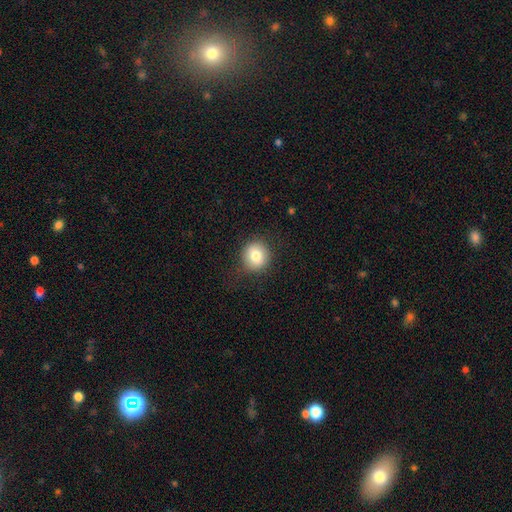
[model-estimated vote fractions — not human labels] smooth-or-featured: smooth: 80% | featured or disk: 11% | star or artifact: 9%
  how-rounded: round: 90% | in between: 9% | cigar-shaped: 1%
  merging: none: 86% | minor disturbance: 10% | major disturbance: 4% | merger: 1%